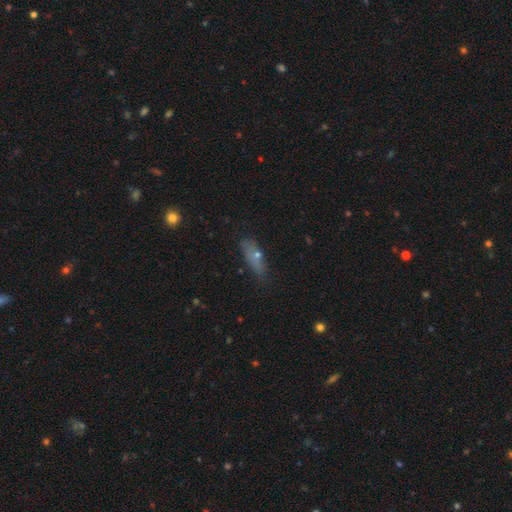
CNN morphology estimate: This appears to be a smooth galaxy with no disk features (59%) that is cigar-shaped (52%). Merging: none (62%).